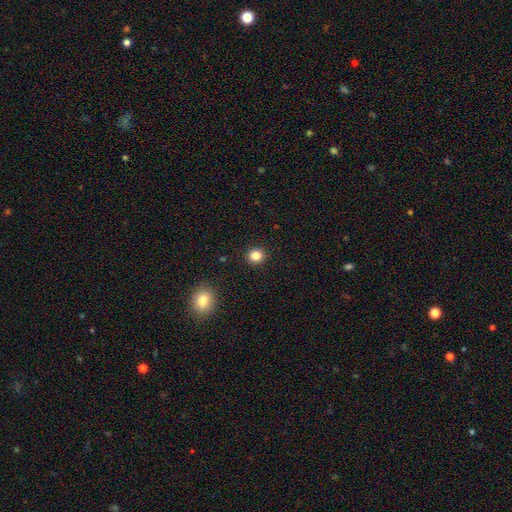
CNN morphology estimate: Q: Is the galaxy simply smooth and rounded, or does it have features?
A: smooth — 85%.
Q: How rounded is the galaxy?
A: round — 87%.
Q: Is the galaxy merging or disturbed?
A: none — 92%.